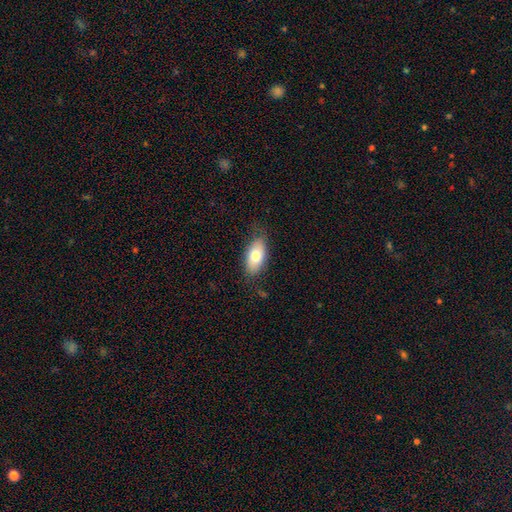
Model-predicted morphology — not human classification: A smooth galaxy with no disk features (76%) that is in between round and cigar-shaped (91%). Merging: none (77%).